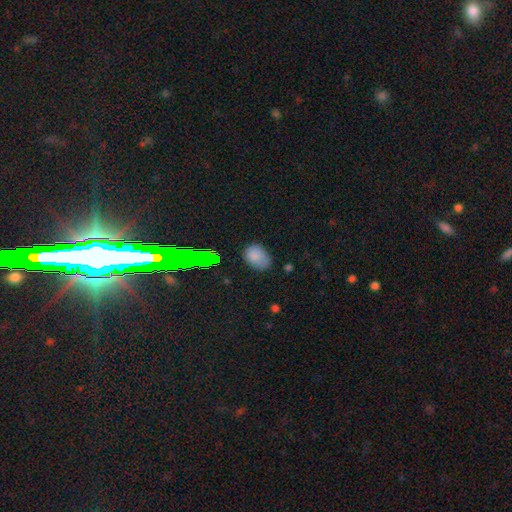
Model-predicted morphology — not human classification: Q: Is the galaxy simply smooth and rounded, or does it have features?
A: smooth — 79%.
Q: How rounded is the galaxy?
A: in between — 78%.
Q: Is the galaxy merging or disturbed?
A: none — 66%.